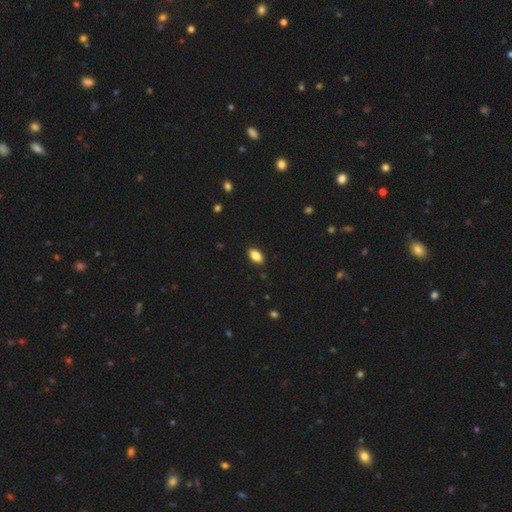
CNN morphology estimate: Overall: smooth (86%). How rounded: in between (92%). Merging: none (89%).